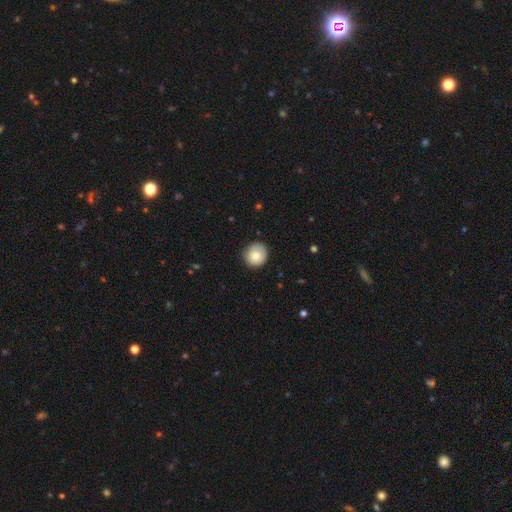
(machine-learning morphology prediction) smooth-or-featured: smooth: 82% | featured or disk: 10% | star or artifact: 8%
  how-rounded: round: 88% | in between: 11% | cigar-shaped: 1%
  merging: none: 83% | minor disturbance: 13% | major disturbance: 2% | merger: 1%